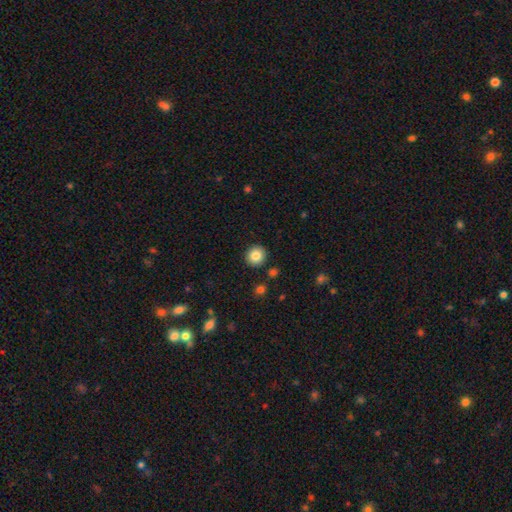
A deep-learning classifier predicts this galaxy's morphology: The model was most divided on "smooth or featured": smooth: 84%, star or artifact: 10%, featured or disk: 6%. More confident: how rounded — round (92%); merging — none (91%).